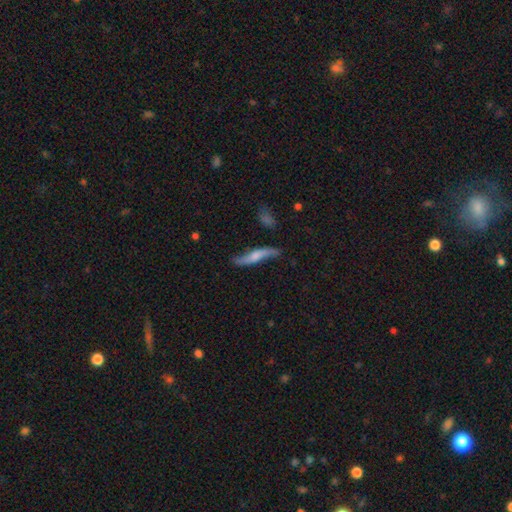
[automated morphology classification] A featured or disk galaxy (61%) viewed edge-on (52%). Merging: none (69%).